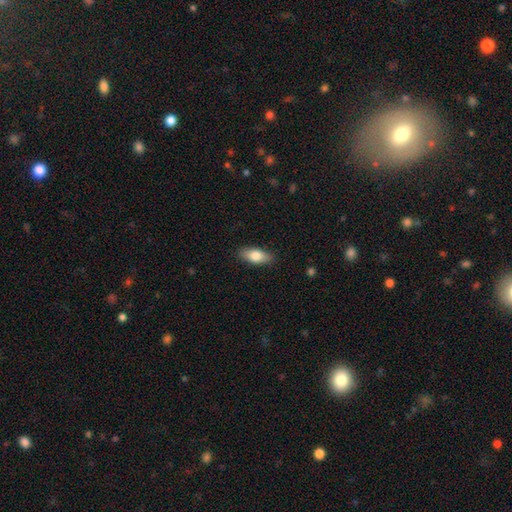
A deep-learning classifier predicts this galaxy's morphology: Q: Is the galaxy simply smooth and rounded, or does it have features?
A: smooth — 78%.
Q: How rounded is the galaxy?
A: in between — 81%.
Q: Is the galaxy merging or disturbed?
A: none — 87%.